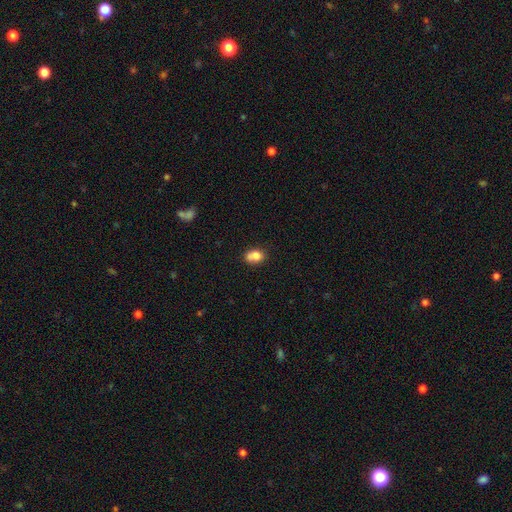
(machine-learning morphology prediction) The model was most divided on "how rounded": in between: 58%, round: 41%, cigar-shaped: 1%. Remaining: smooth or featured — smooth (77%); merging — none (45%).